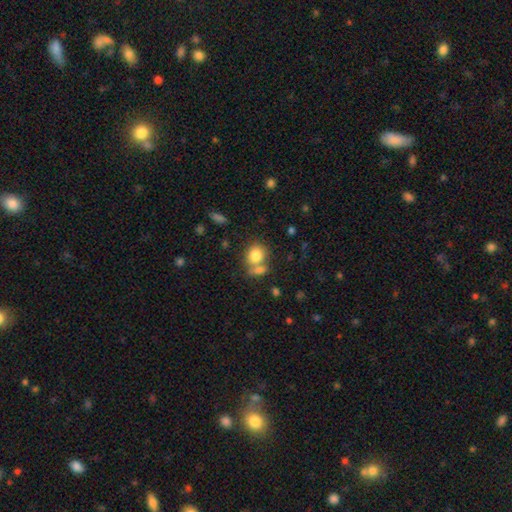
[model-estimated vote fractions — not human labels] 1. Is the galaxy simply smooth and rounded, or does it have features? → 82% smooth, 9% featured or disk, 9% star or artifact.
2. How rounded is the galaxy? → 63% round, 36% in between, 1% cigar-shaped.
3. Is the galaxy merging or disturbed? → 46% none, 38% merger, 11% minor disturbance, 5% major disturbance.